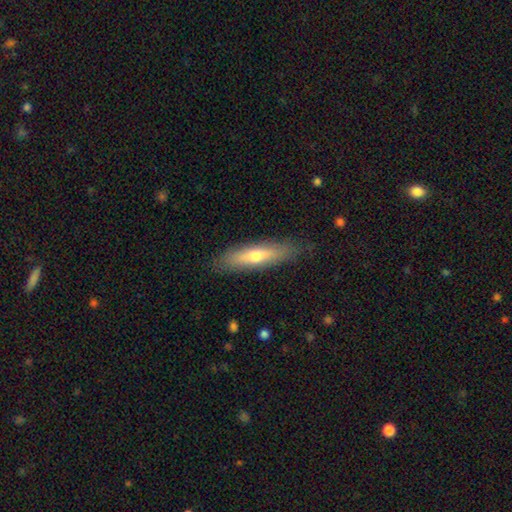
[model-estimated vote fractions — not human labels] A smooth galaxy with no disk features (56%) that is cigar-shaped (77%).

Vote fractions:
- Smooth or featured? smooth: 56% / featured or disk: 38% / star or artifact: 6%
- How rounded? cigar-shaped: 77% / in between: 21% / round: 2%
- Merging? none: 85% / minor disturbance: 11% / major disturbance: 3% / merger: 1%